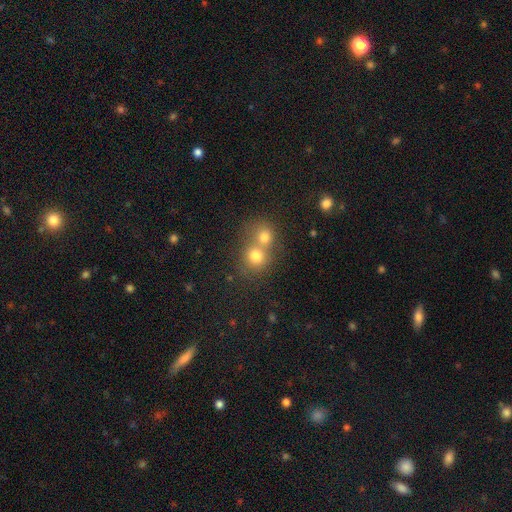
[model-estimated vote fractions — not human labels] Smooth or featured? Predicted: smooth (p=0.74). How rounded? Predicted: round (p=0.81). Merging? Predicted: merger (p=0.57).